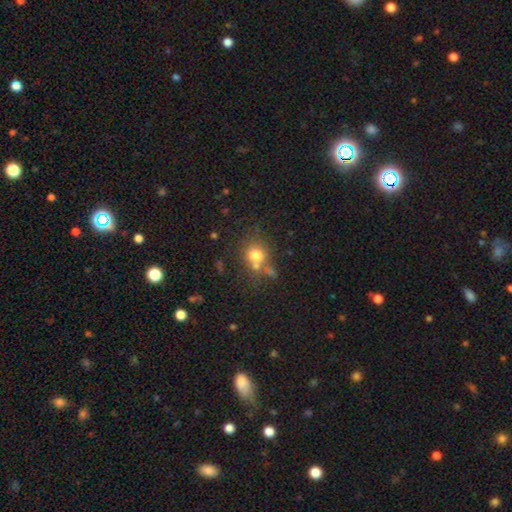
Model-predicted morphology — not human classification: Smooth or featured?
  - smooth: 74% *
  - star or artifact: 14%
  - featured or disk: 12%
How rounded?
  - round: 81% *
  - in between: 18%
  - cigar-shaped: 1%
Merging?
  - none: 52% *
  - merger: 27%
  - minor disturbance: 13%
  - major disturbance: 7%